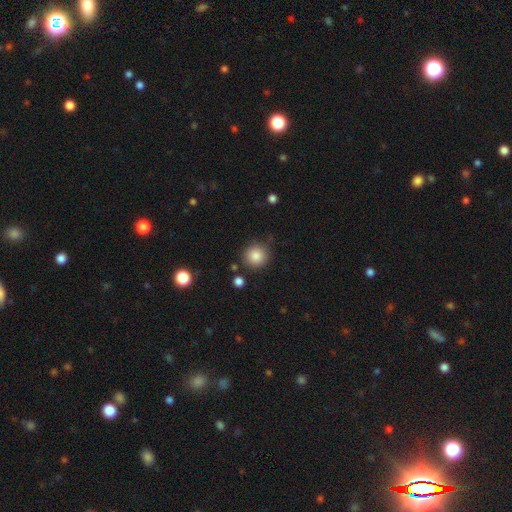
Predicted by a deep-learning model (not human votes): Morphology: type=smooth (86%); roundness=round (93%); merging=none (83%).